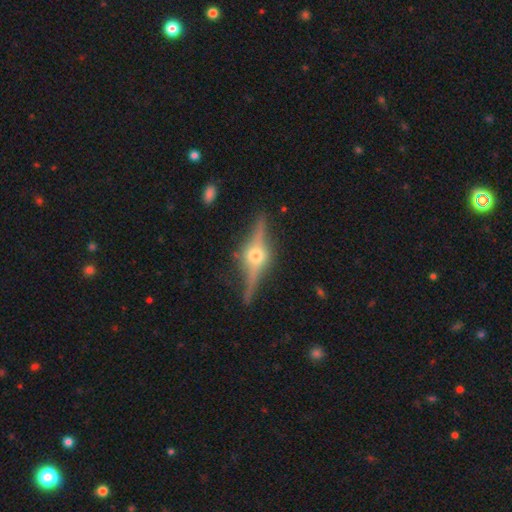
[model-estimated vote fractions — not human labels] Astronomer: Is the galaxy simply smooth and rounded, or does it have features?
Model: featured or disk — 86%.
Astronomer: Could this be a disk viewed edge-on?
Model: yes — 97%.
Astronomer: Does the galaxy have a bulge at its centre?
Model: rounded — 95%.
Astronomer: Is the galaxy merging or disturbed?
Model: none — 85%.